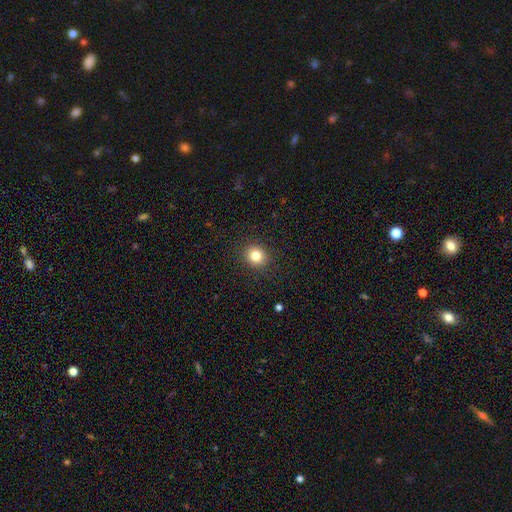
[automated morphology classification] Smooth or featured?
  - smooth: 82% *
  - star or artifact: 12%
  - featured or disk: 6%
How rounded?
  - round: 83% *
  - in between: 16%
  - cigar-shaped: 1%
Merging?
  - none: 91% *
  - minor disturbance: 6%
  - major disturbance: 2%
  - merger: 1%